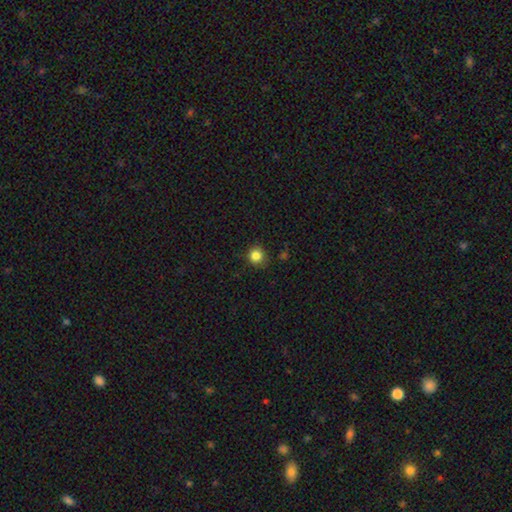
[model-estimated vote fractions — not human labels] Smooth or featured: smooth — 84% (star or artifact — 11%)
How rounded: round — 90% (in between — 9%)
Merging: none — 85% (minor disturbance — 11%)